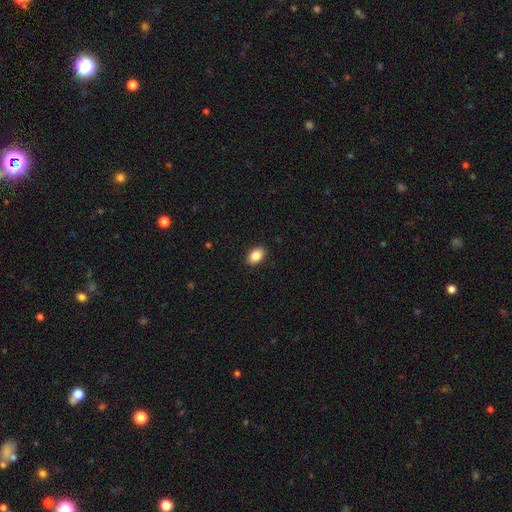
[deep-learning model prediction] This is clearly a smooth galaxy (86%). How rounded: clearly in between (85%). Merging: clearly none (90%).